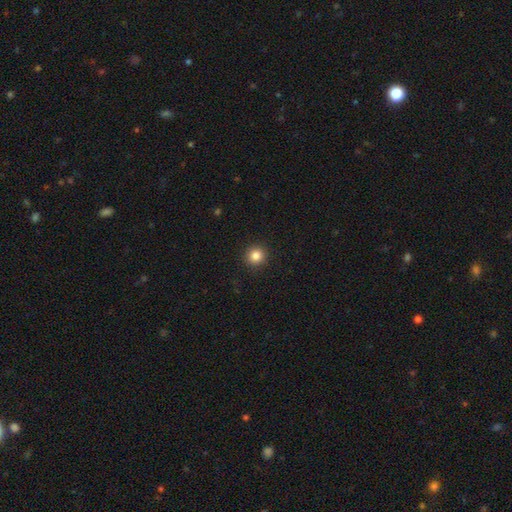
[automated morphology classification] A smooth galaxy with no disk features (85%) that is round (94%). Merging: none (92%).